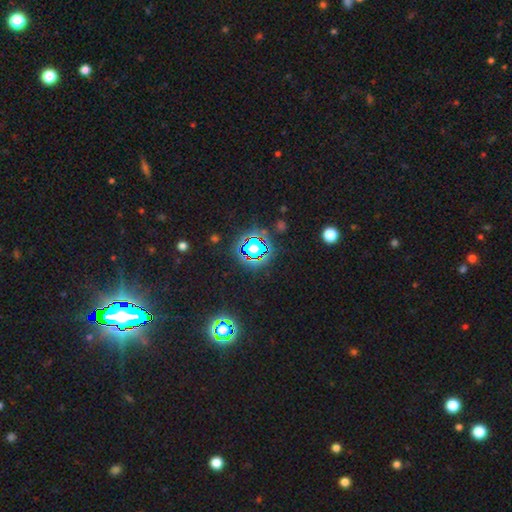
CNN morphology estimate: Overall: star or artifact (73%).